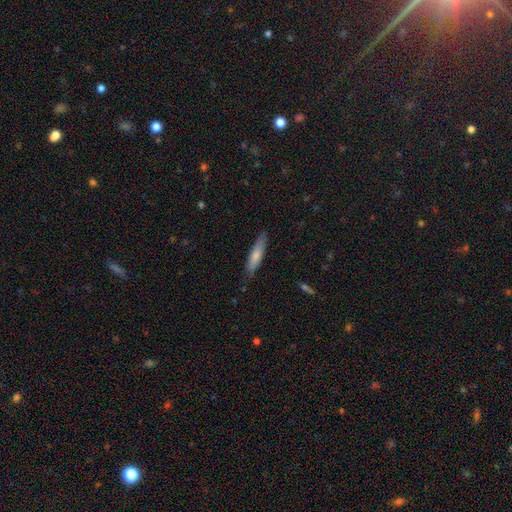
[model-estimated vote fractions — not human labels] Smooth or featured? smooth (72%)
How rounded? cigar-shaped (78%)
Merging? none (81%)